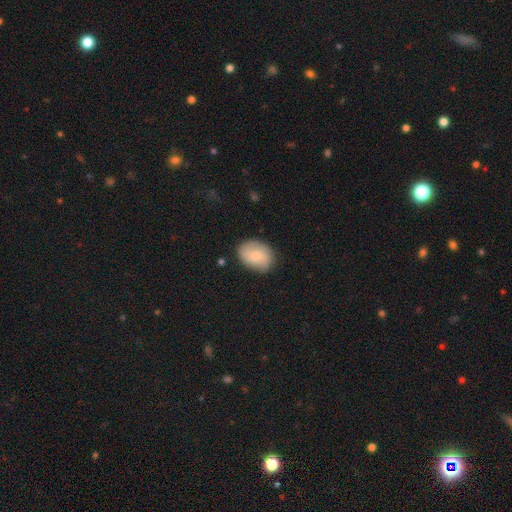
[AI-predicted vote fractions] smooth_or_featured: smooth (p=0.69) [alt: featured or disk p=0.24]
how_rounded: in between (p=0.68) [alt: round p=0.31]
merging: none (p=0.78) [alt: minor disturbance p=0.17]